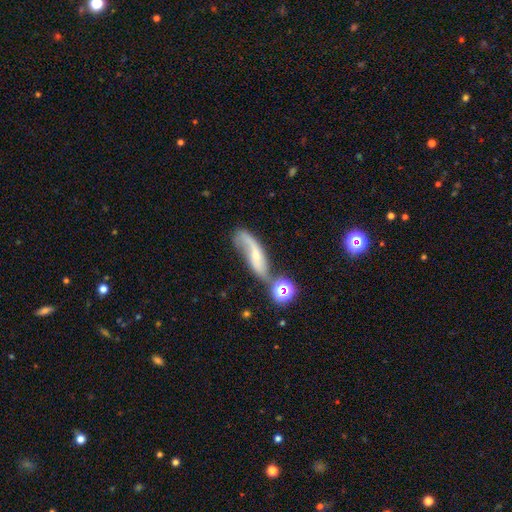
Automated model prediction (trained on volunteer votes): Smooth or featured? featured or disk (70%)
Edge-on disk? no (84%)
Bar? no (49%)
Spiral arms? yes (88%)
Spiral winding? loose (79%)
Spiral arm count? 2 (77%)
Bulge size? small (62%)
Merging? none (47%)